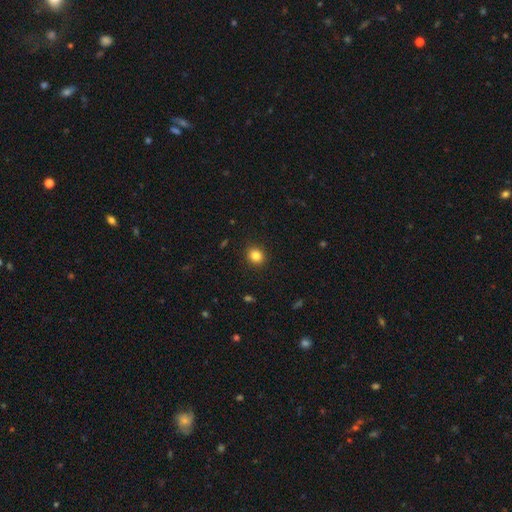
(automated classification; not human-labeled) A smooth galaxy with no disk features (84%) that is round (78%).

Vote fractions:
- Smooth or featured? smooth: 84% / star or artifact: 11% / featured or disk: 5%
- How rounded? round: 78% / in between: 22% / cigar-shaped: 1%
- Merging? none: 91% / minor disturbance: 6% / major disturbance: 2% / merger: 1%